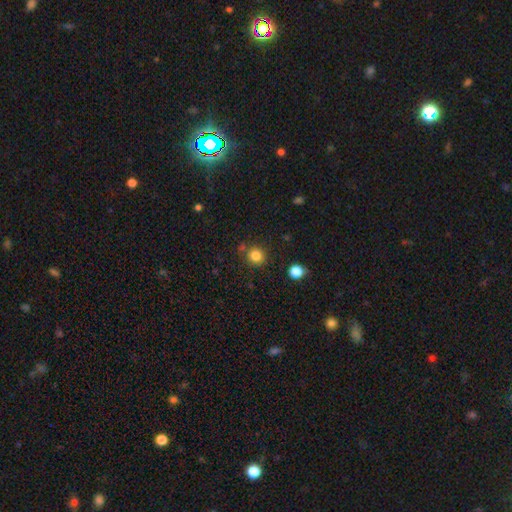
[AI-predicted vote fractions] Smooth or featured? smooth (82%)
How rounded? round (92%)
Merging? none (81%)